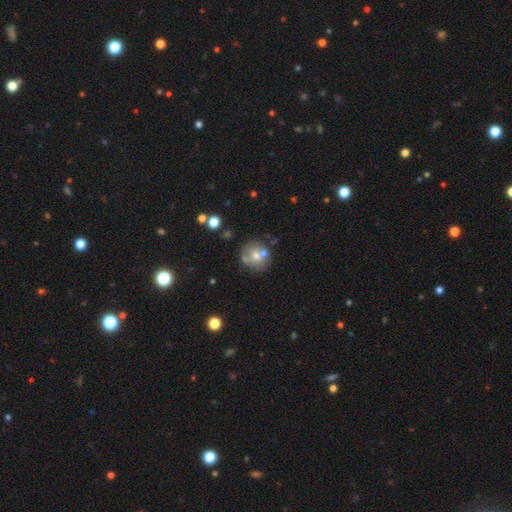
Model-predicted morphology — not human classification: type=smooth (57%); roundness=round (85%); merging=none (58%).